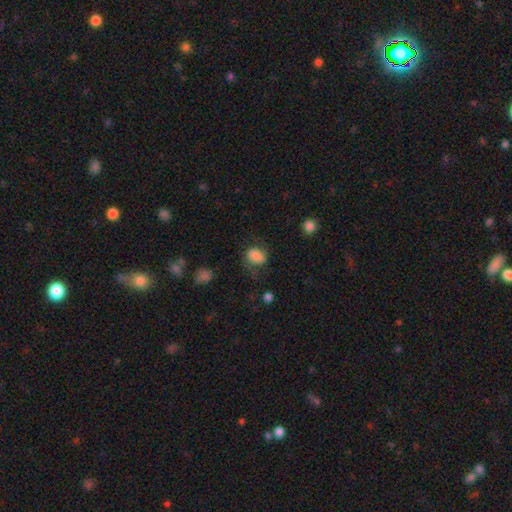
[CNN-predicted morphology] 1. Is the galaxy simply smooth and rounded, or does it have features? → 77% smooth, 14% featured or disk, 9% star or artifact.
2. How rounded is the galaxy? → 65% in between, 34% round, 1% cigar-shaped.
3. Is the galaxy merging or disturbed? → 57% none, 24% minor disturbance, 17% major disturbance, 2% merger.